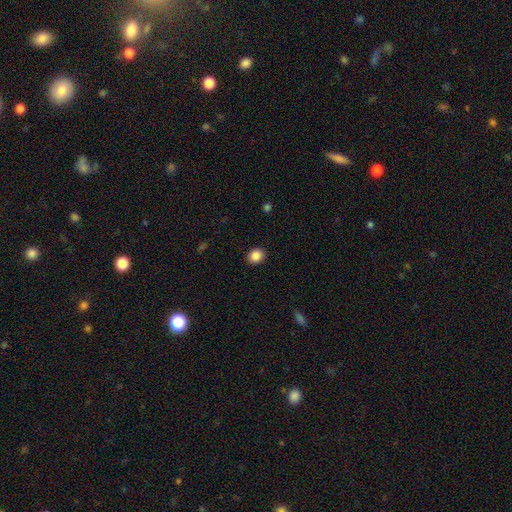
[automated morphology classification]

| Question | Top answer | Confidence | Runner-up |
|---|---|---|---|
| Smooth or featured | smooth | 87% | star or artifact (9%) |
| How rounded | round | 65% | in between (34%) |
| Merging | none | 91% | minor disturbance (6%) |